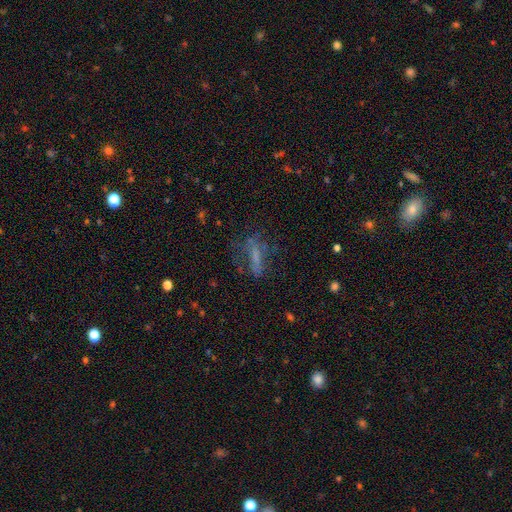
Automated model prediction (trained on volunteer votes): Smooth or featured? smooth (42%)
Merging? none (53%)